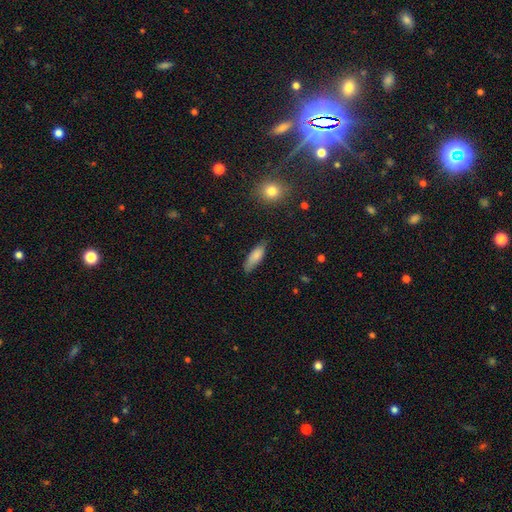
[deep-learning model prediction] This appears to be a smooth galaxy with no disk features (79%) that is in between round and cigar-shaped (61%). Merging: none (72%).